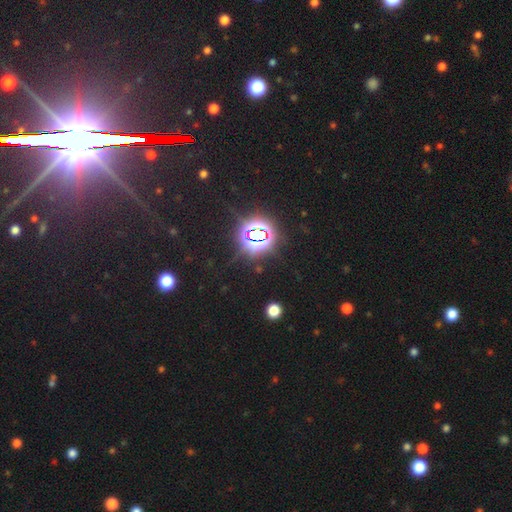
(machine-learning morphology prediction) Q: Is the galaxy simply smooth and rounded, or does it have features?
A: star or artifact — 82%.